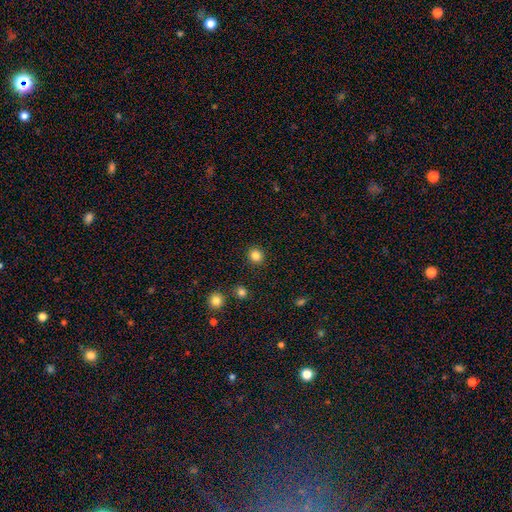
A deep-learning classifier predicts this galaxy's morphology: smooth_or_featured: smooth (p=0.84) [alt: star or artifact p=0.12]
how_rounded: round (p=0.87) [alt: in between p=0.12]
merging: none (p=0.91) [alt: minor disturbance p=0.06]